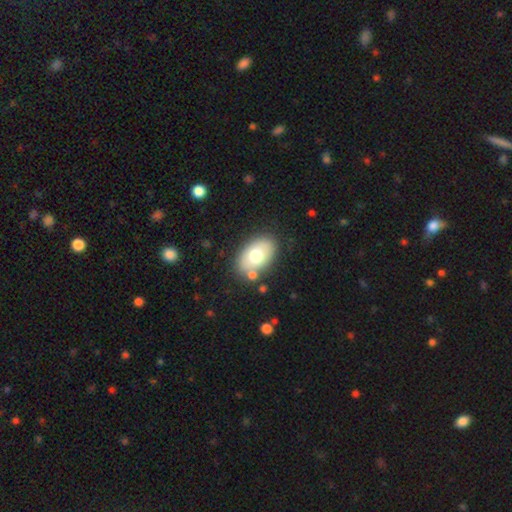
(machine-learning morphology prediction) smooth_or_featured: smooth (p=0.70) [alt: featured or disk p=0.22]
how_rounded: in between (p=0.89) [alt: round p=0.10]
merging: none (p=0.76) [alt: minor disturbance p=0.12]